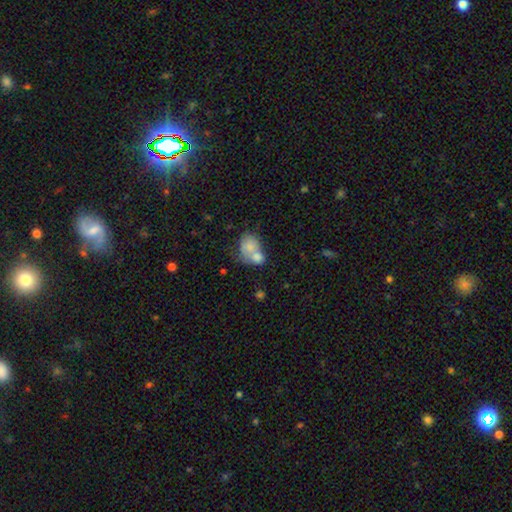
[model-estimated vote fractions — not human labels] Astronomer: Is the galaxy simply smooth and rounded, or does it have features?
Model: smooth — 70%.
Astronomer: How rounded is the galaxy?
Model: round — 50% (runner-up: in between, 49%).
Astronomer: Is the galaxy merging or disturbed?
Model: merger — 57%.